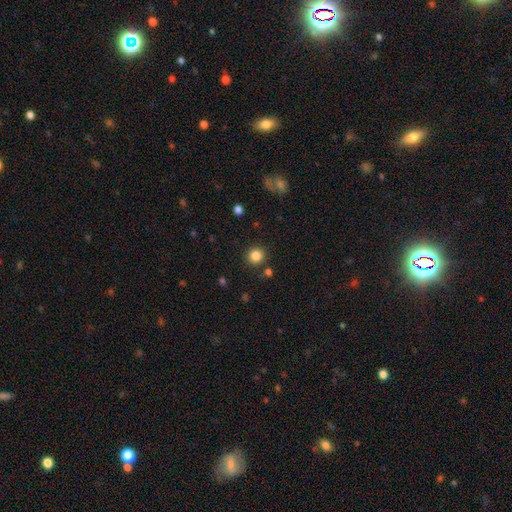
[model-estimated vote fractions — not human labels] smooth_or_featured: smooth (p=0.84) [alt: star or artifact p=0.11]
how_rounded: round (p=0.92) [alt: in between p=0.07]
merging: none (p=0.88) [alt: minor disturbance p=0.06]